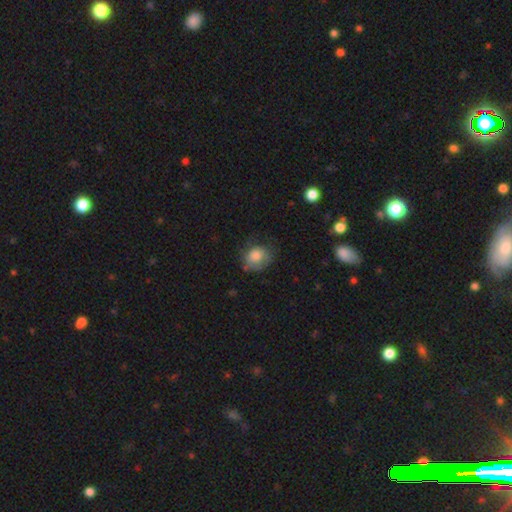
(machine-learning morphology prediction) Overall: smooth (76%). How rounded: round (61%; in between 38%). Merging: none (52%; minor disturbance 31%).